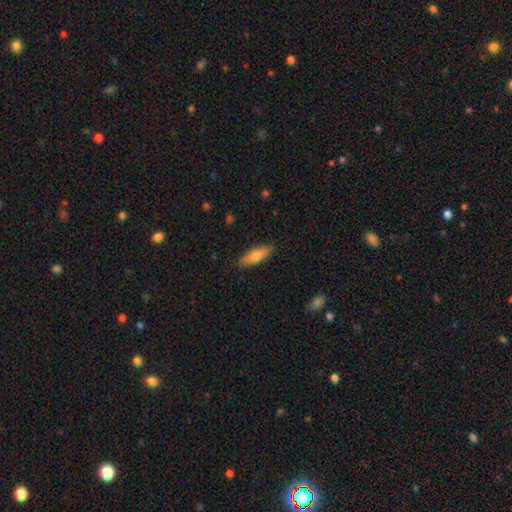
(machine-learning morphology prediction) A smooth galaxy with no disk features (80%) that is in between round and cigar-shaped (54%).

Vote fractions:
- Smooth or featured? smooth: 80% / featured or disk: 14% / star or artifact: 6%
- How rounded? in between: 54% / cigar-shaped: 44% / round: 2%
- Merging? none: 86% / minor disturbance: 10% / major disturbance: 2% / merger: 1%